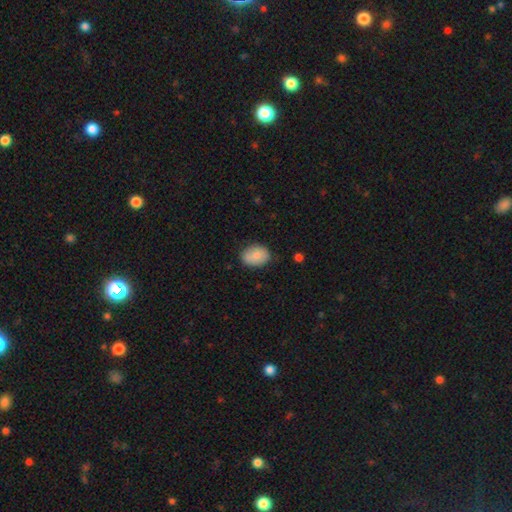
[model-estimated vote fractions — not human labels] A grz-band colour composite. It shows a smooth galaxy with no disk features (82%) that is in between round and cigar-shaped (74%). Merging: none (77%).